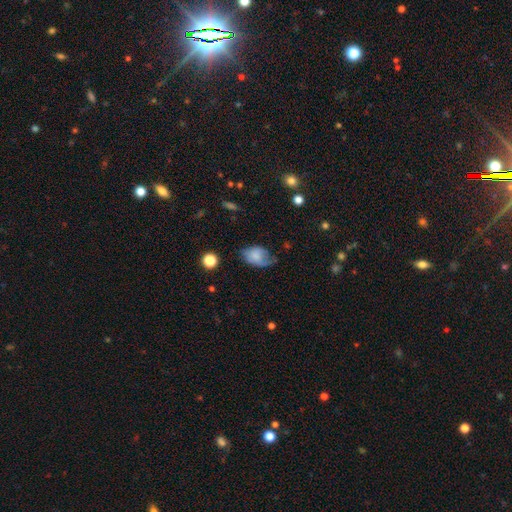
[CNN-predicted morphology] A smooth galaxy with no disk features (71%) that is in between round and cigar-shaped (79%).

Vote fractions:
- Smooth or featured? smooth: 71% / featured or disk: 21% / star or artifact: 9%
- How rounded? in between: 79% / round: 20% / cigar-shaped: 1%
- Merging? none: 40% / minor disturbance: 37% / major disturbance: 21% / merger: 2%